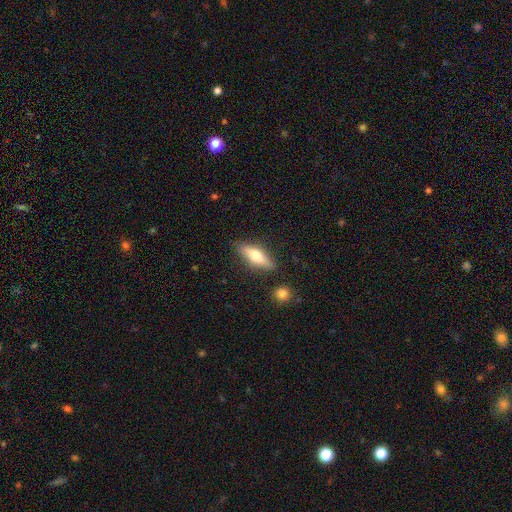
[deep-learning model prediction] This is likely a smooth galaxy (63%). How rounded: possibly in between (53%). Merging: clearly none (82%).